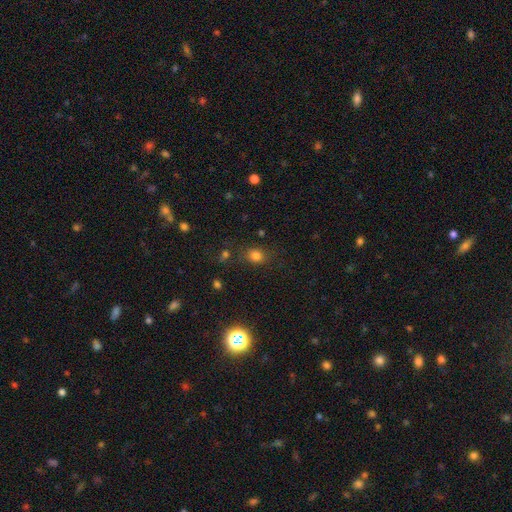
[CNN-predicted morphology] Smooth or featured? smooth (78%)
How rounded? round (59%)
Merging? none (77%)